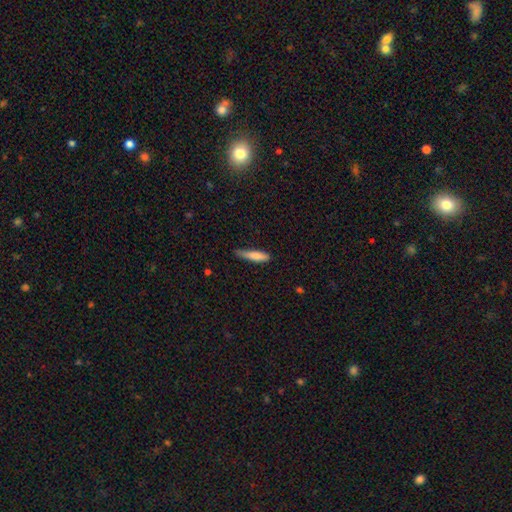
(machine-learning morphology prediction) A smooth galaxy with no disk features (80%) that is cigar-shaped (79%).

Vote fractions:
- Smooth or featured? smooth: 80% / featured or disk: 13% / star or artifact: 6%
- How rounded? cigar-shaped: 79% / in between: 20% / round: 2%
- Merging? none: 53% / minor disturbance: 37% / major disturbance: 7% / merger: 2%